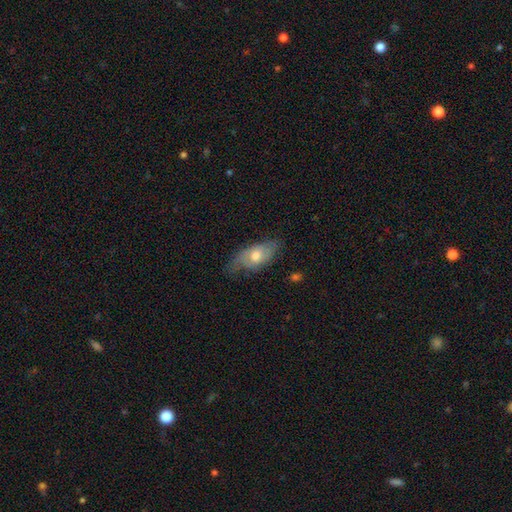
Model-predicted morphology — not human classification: Smooth or featured? smooth (52%)
How rounded? in between (86%)
Merging? none (56%)